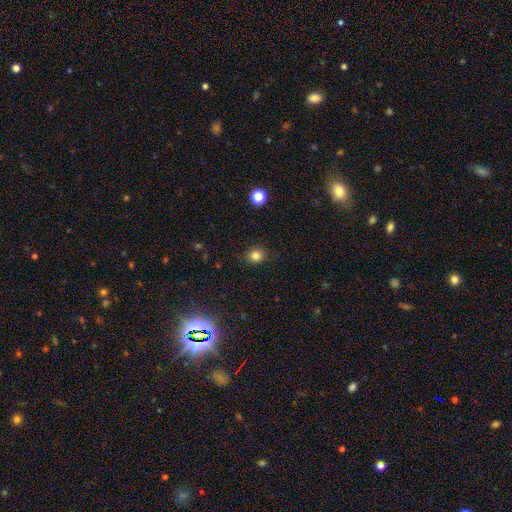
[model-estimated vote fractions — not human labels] A smooth galaxy with no disk features (82%) that is round (80%).

Vote fractions:
- Smooth or featured? smooth: 82% / star or artifact: 13% / featured or disk: 5%
- How rounded? round: 80% / in between: 19% / cigar-shaped: 1%
- Merging? none: 88% / minor disturbance: 8% / major disturbance: 2% / merger: 1%